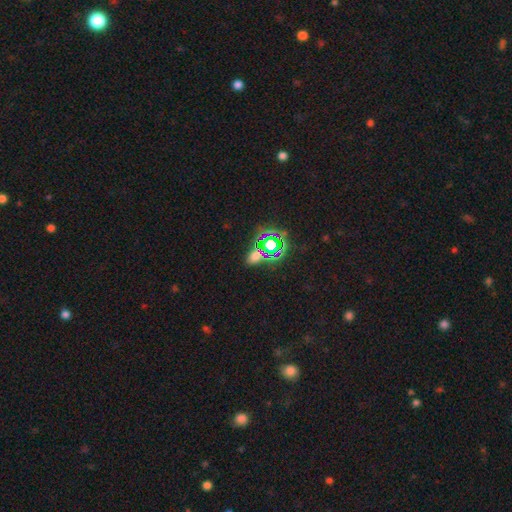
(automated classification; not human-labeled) This appears to be a star or artifact, not a galaxy (51%).